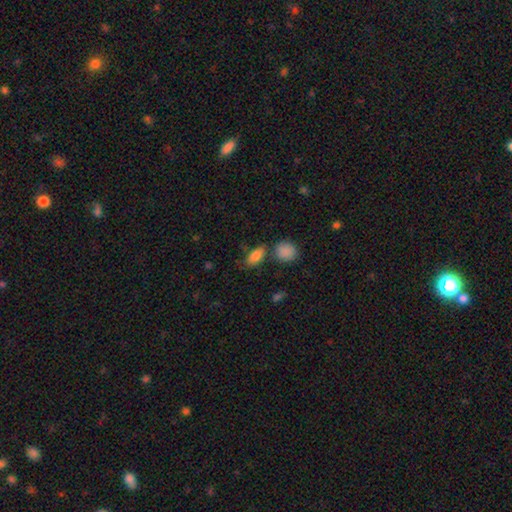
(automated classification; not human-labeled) smooth 84%, star or artifact 8%, featured or disk 8%. Down the decision tree: how rounded — in between (87%); merging — none (68%).